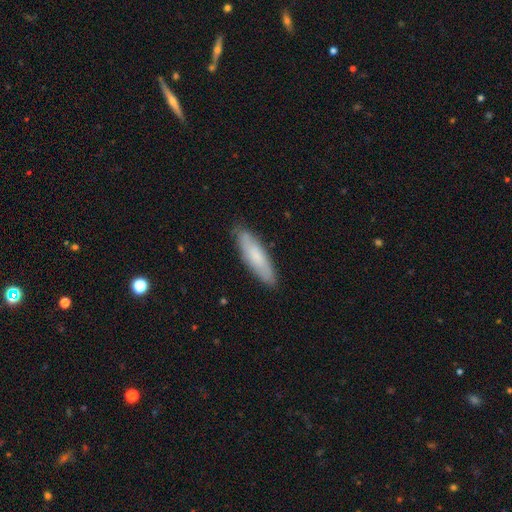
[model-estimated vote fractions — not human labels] A smooth galaxy with no disk features (72%) that is cigar-shaped (64%).

Vote fractions:
- Smooth or featured? smooth: 72% / featured or disk: 22% / star or artifact: 6%
- How rounded? cigar-shaped: 64% / in between: 34% / round: 1%
- Merging? none: 84% / minor disturbance: 13% / major disturbance: 2% / merger: 1%